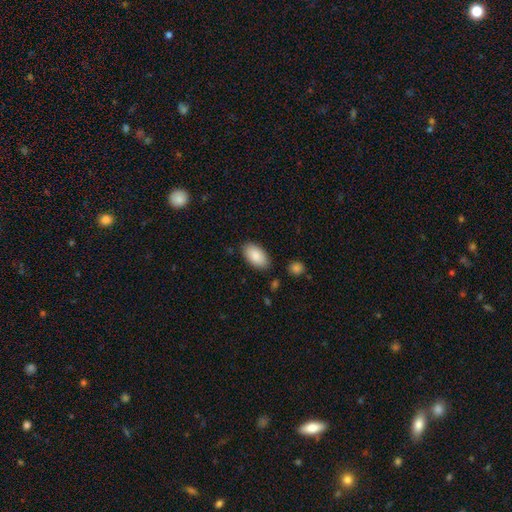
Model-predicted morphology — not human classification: Smooth or featured?
  - smooth: 87% *
  - featured or disk: 7%
  - star or artifact: 6%
How rounded?
  - in between: 95% *
  - round: 3%
  - cigar-shaped: 2%
Merging?
  - none: 85% *
  - minor disturbance: 11%
  - major disturbance: 2%
  - merger: 2%